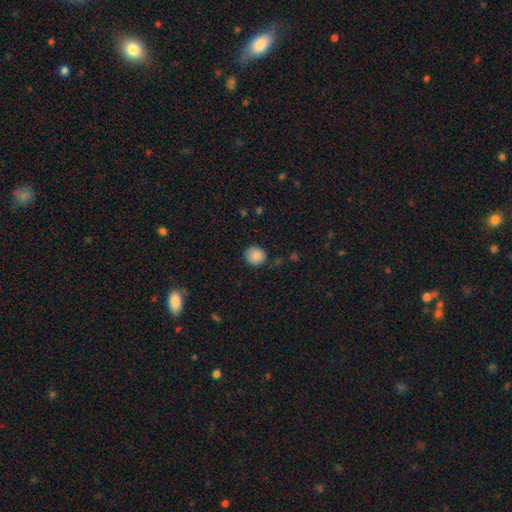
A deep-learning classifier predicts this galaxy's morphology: Q: Smooth or featured?
A: smooth (87%); runner-up: star or artifact (9%)
Q: How rounded?
A: round (87%); runner-up: in between (12%)
Q: Merging?
A: none (83%); runner-up: minor disturbance (12%)